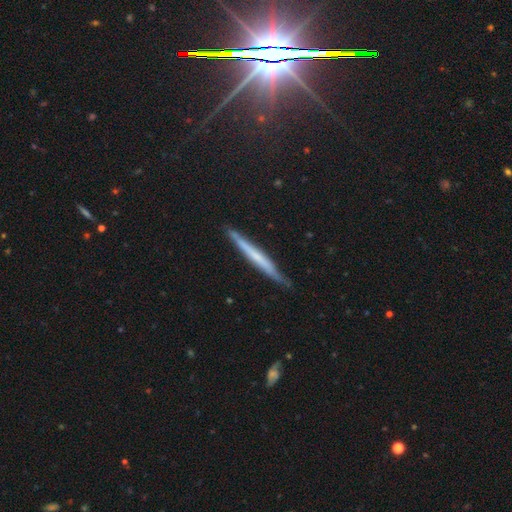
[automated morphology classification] Smooth or featured? featured or disk (53%)
Edge-on disk? yes (95%)
Edge-on bulge? none (75%)
Merging? none (84%)